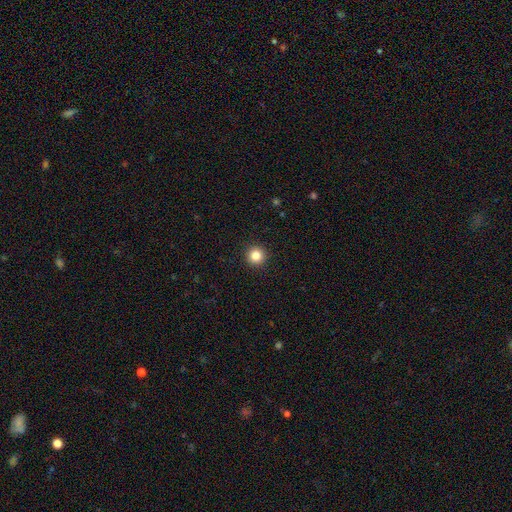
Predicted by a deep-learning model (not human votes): smooth_or_featured: smooth (p=0.84) [alt: star or artifact p=0.12]
how_rounded: round (p=0.96) [alt: in between p=0.03]
merging: none (p=0.93) [alt: minor disturbance p=0.04]